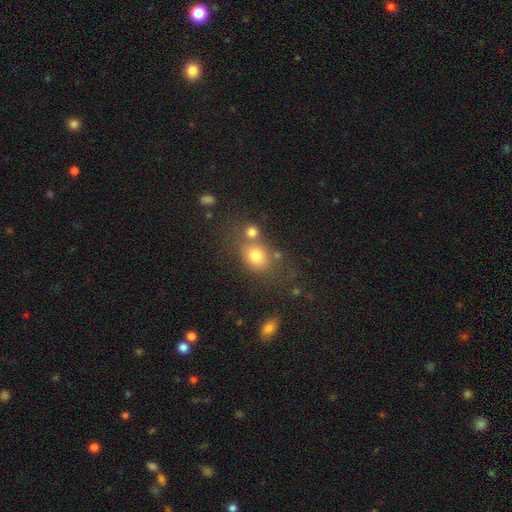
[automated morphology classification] type=smooth (76%); roundness=round (51%); merging=none (54%).